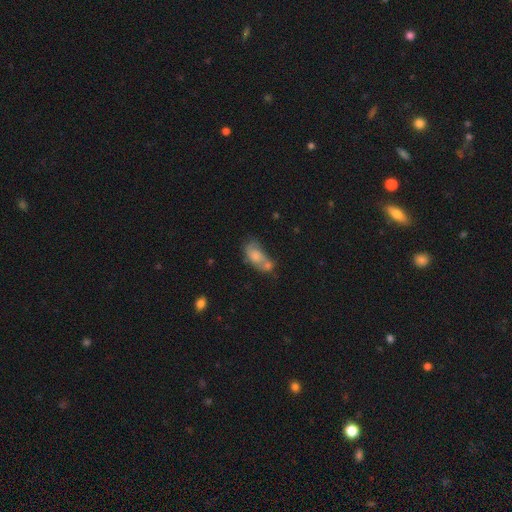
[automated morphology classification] A smooth galaxy with no disk features (57%) that is in between round and cigar-shaped (85%).

Vote fractions:
- Smooth or featured? smooth: 57% / featured or disk: 33% / star or artifact: 10%
- How rounded? in between: 85% / round: 9% / cigar-shaped: 6%
- Merging? merger: 44% / none: 25% / minor disturbance: 18% / major disturbance: 13%